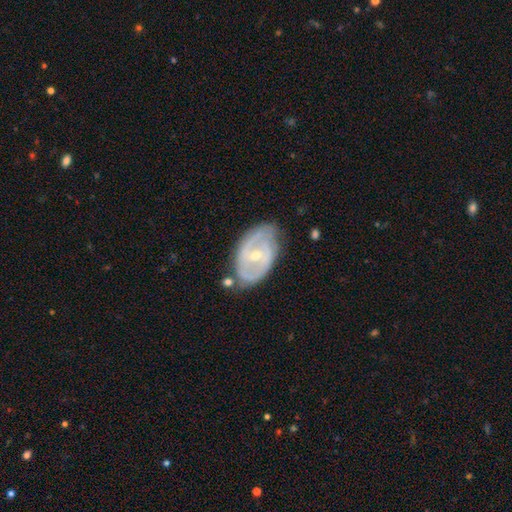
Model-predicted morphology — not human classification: A featured or disk galaxy (79%) with a weak bar (43%), 2 (59%) tight (52%) spiral arms (81%) and a small central bulge (57%). Merging: none (65%).